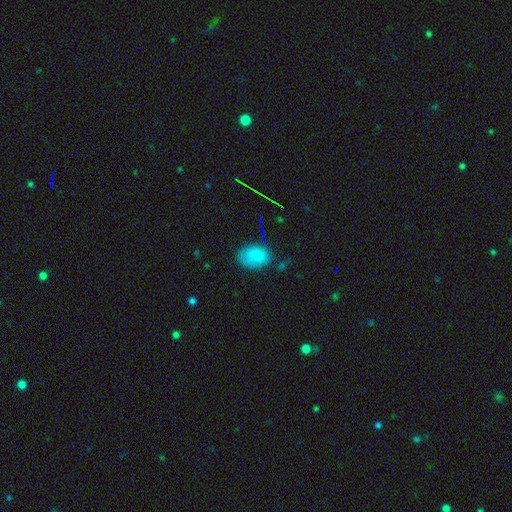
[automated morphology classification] Smooth or featured? smooth (81%)
How rounded? in between (84%)
Merging? none (70%)